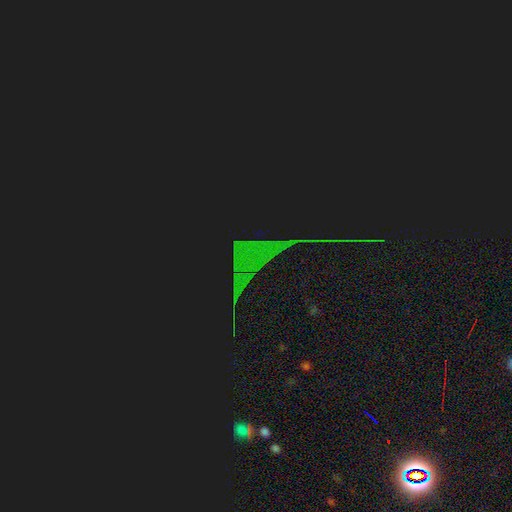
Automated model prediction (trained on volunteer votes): This is clearly a star or artifact rather than a galaxy (84%).